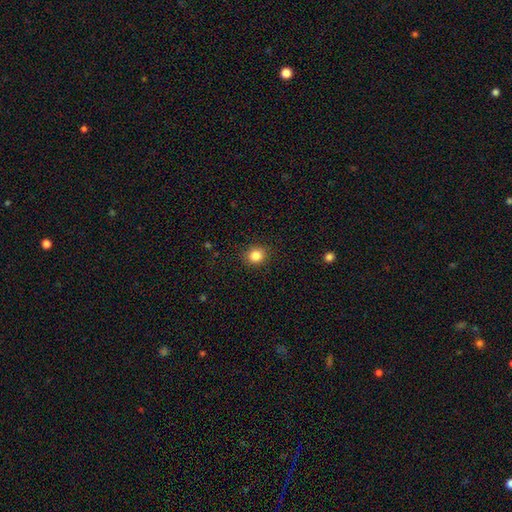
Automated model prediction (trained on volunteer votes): Smooth or featured?
  - smooth: 84% *
  - star or artifact: 11%
  - featured or disk: 5%
How rounded?
  - round: 80% *
  - in between: 19%
  - cigar-shaped: 1%
Merging?
  - none: 89% *
  - minor disturbance: 8%
  - major disturbance: 2%
  - merger: 1%